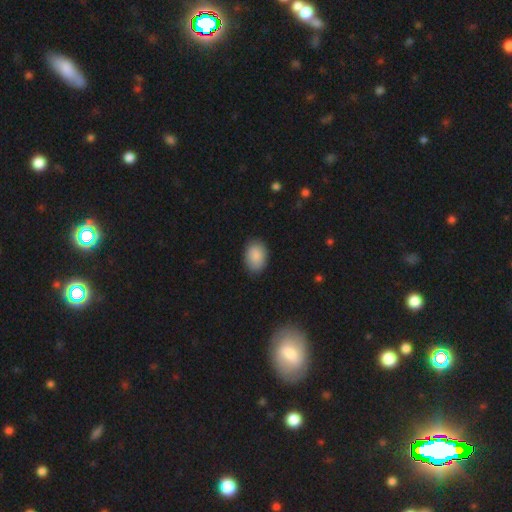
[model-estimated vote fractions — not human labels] Smooth or featured: smooth — 88% (star or artifact — 7%)
How rounded: in between — 85% (round — 14%)
Merging: none — 85% (minor disturbance — 11%)